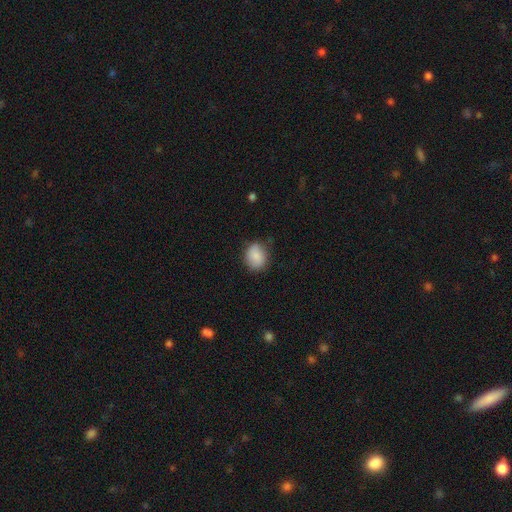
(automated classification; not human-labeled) Q: Smooth or featured?
A: smooth (85%); runner-up: star or artifact (8%)
Q: How rounded?
A: round (53%); runner-up: in between (46%)
Q: Merging?
A: none (74%); runner-up: minor disturbance (20%)